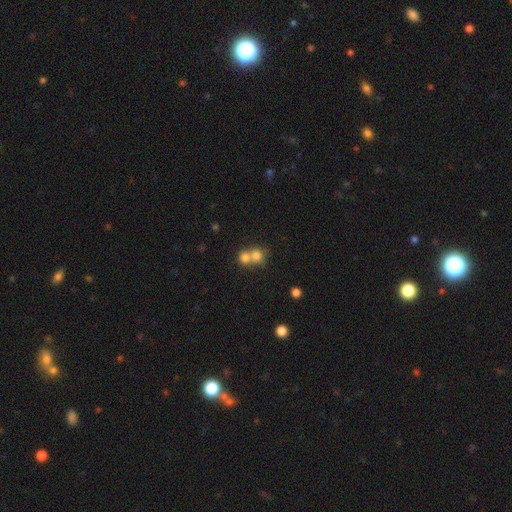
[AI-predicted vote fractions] Smooth or featured? smooth (76%)
How rounded? round (81%)
Merging? merger (62%)